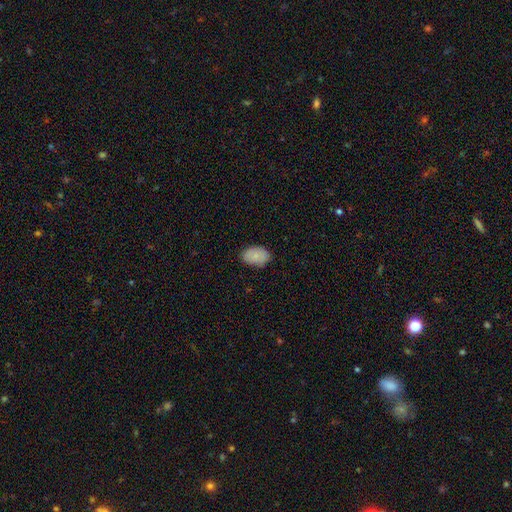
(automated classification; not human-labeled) A smooth galaxy with no disk features (85%) that is in between round and cigar-shaped (89%). Merging: none (83%).